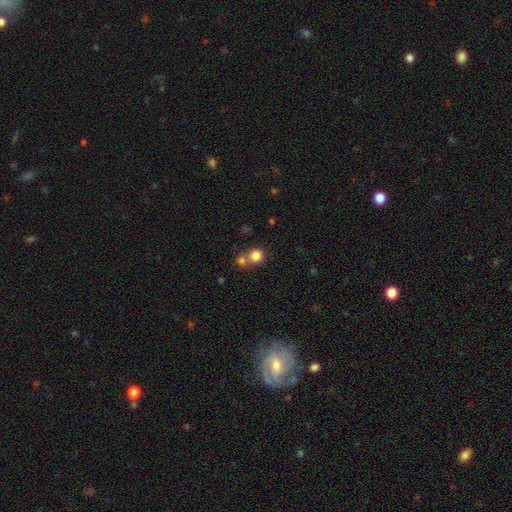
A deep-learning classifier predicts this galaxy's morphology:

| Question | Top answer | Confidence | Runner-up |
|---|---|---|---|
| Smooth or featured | smooth | 81% | star or artifact (11%) |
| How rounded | round | 87% | in between (12%) |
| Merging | none | 52% | merger (38%) |